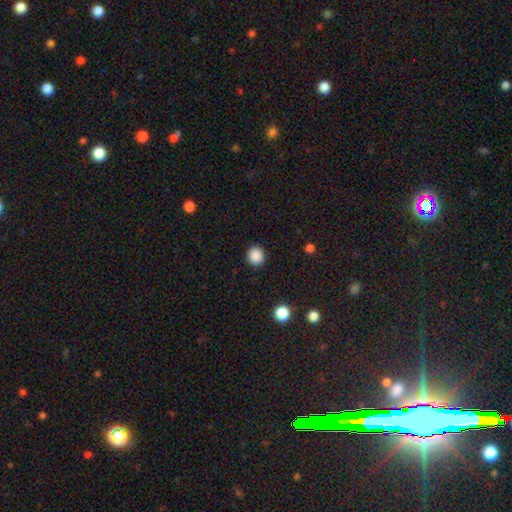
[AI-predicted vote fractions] A smooth galaxy with no disk features (88%) that is round (87%). Merging: none (91%).